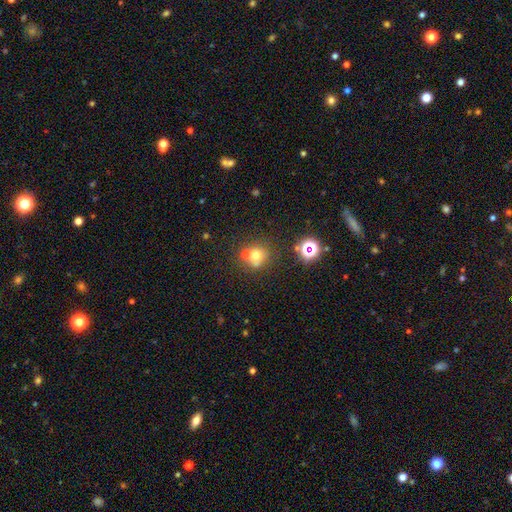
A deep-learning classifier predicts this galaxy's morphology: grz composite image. It shows a smooth galaxy with no disk features (65%) that is round (86%). Merging: none (57%).